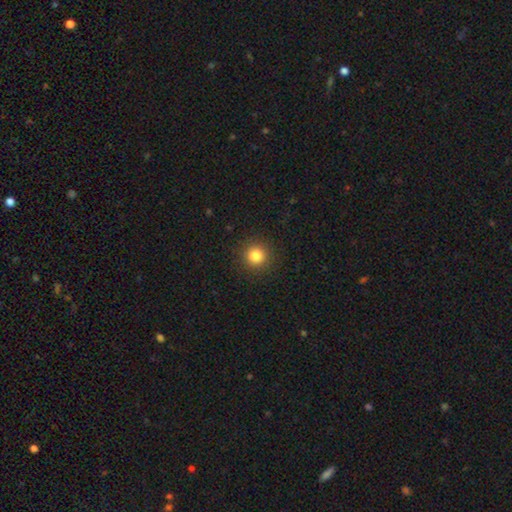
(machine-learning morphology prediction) Smooth or featured?
  - smooth: 83% *
  - star or artifact: 12%
  - featured or disk: 5%
How rounded?
  - round: 95% *
  - in between: 4%
  - cigar-shaped: 1%
Merging?
  - none: 92% *
  - minor disturbance: 5%
  - major disturbance: 2%
  - merger: 1%